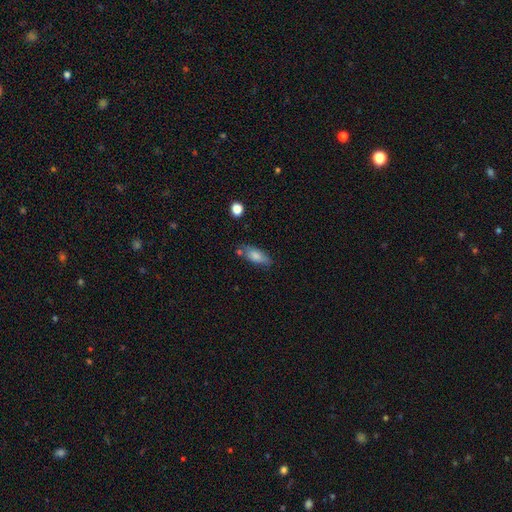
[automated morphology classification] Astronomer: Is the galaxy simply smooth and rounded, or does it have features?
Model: smooth — 78%.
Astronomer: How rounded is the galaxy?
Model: in between — 76%.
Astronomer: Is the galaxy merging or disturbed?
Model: none — 64%.